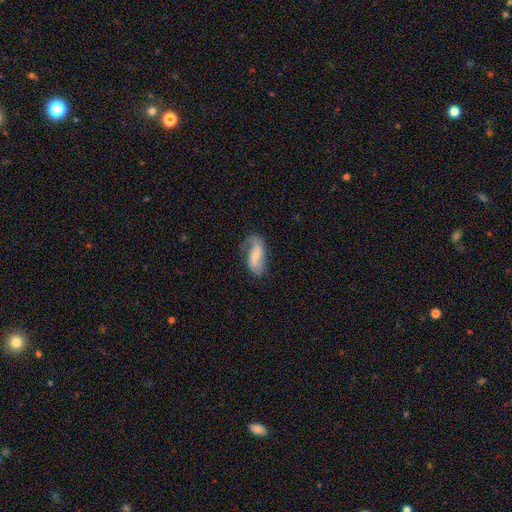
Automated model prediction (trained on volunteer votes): Smooth or featured: featured or disk — 52% (smooth — 40%)
Edge-on disk: no — 93% (yes — 7%)
Merging: none — 55% (minor disturbance — 27%)